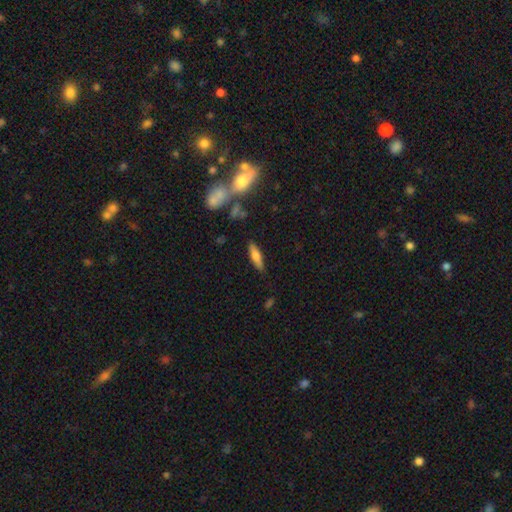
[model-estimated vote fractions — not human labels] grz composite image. It shows a smooth galaxy with no disk features (58%) that is cigar-shaped (66%). Merging: none (84%).